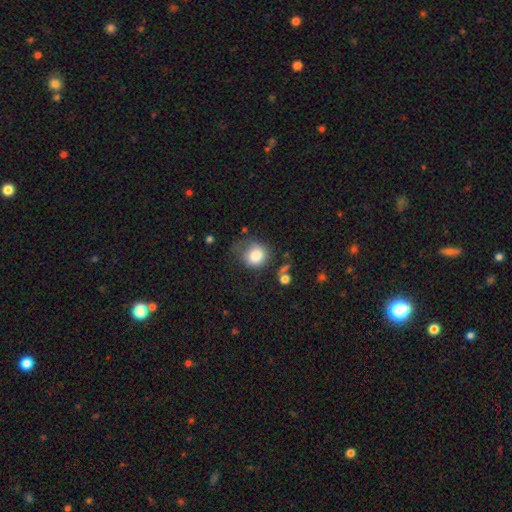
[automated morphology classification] A smooth galaxy with no disk features (82%) that is round (78%).

Vote fractions:
- Smooth or featured? smooth: 82% / star or artifact: 9% / featured or disk: 9%
- How rounded? round: 78% / in between: 21% / cigar-shaped: 1%
- Merging? none: 50% / minor disturbance: 28% / major disturbance: 17% / merger: 5%